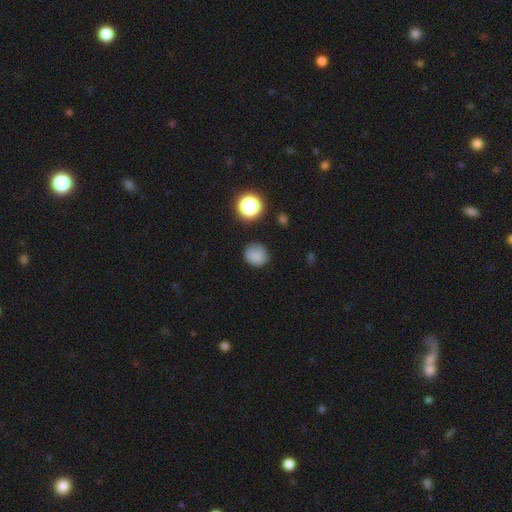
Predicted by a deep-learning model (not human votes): Smooth or featured?
  - smooth: 81% *
  - star or artifact: 14%
  - featured or disk: 6%
How rounded?
  - round: 83% *
  - in between: 16%
  - cigar-shaped: 1%
Merging?
  - none: 80% *
  - minor disturbance: 14%
  - major disturbance: 4%
  - merger: 2%